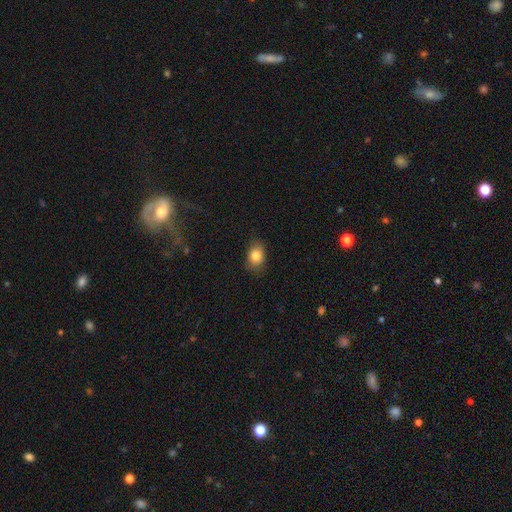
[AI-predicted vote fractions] Smooth or featured?
  - smooth: 83% *
  - star or artifact: 9%
  - featured or disk: 7%
How rounded?
  - in between: 65% *
  - round: 34%
  - cigar-shaped: 1%
Merging?
  - none: 80% *
  - minor disturbance: 15%
  - major disturbance: 3%
  - merger: 1%